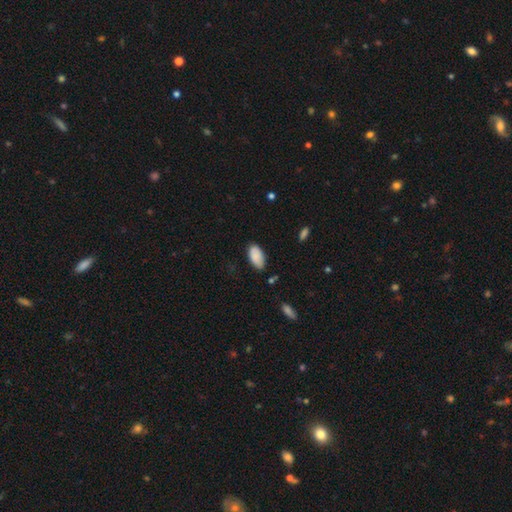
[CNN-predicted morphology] type=smooth (87%); roundness=in between (95%); merging=none (77%).